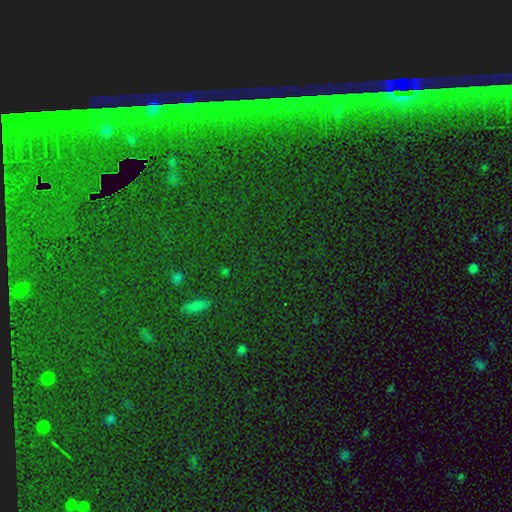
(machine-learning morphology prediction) Smooth or featured: star or artifact — 79% (smooth — 11%)